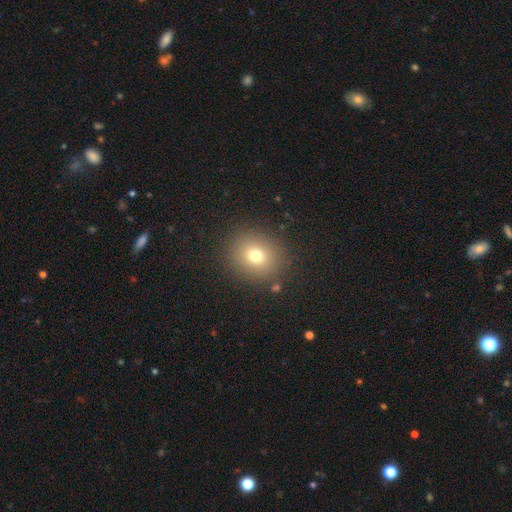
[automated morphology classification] type=smooth (73%); roundness=round (81%); merging=none (87%).